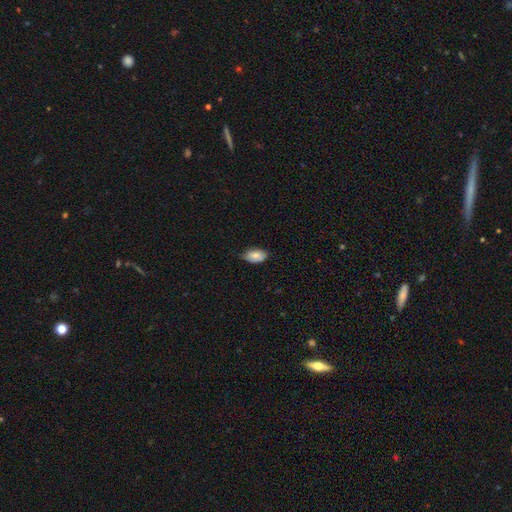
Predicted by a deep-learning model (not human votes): smooth_or_featured: smooth (p=0.74) [alt: featured or disk p=0.18]
how_rounded: in between (p=0.93) [alt: round p=0.05]
merging: none (p=0.64) [alt: minor disturbance p=0.30]